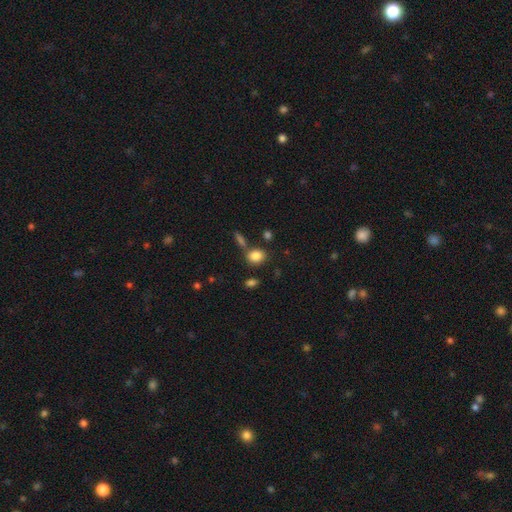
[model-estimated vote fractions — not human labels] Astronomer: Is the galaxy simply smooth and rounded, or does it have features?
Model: smooth — 84%.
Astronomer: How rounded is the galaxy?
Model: round — 51% (runner-up: in between, 48%).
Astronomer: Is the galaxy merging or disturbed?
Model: none — 71%.